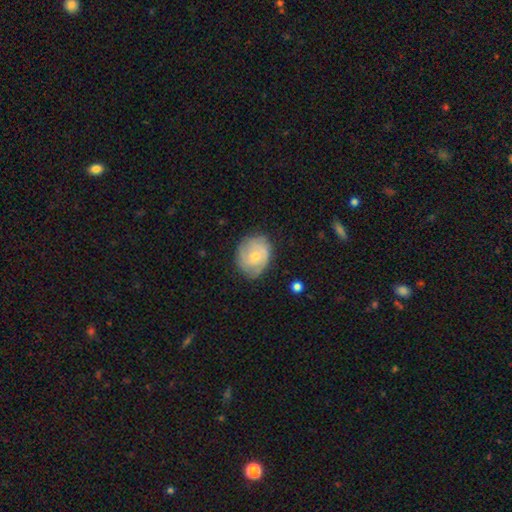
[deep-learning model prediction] A featured or disk galaxy (63%) with no bar (76%), tight (61%) spiral arms (87%) and a small central bulge (64%). Merging: none (74%).